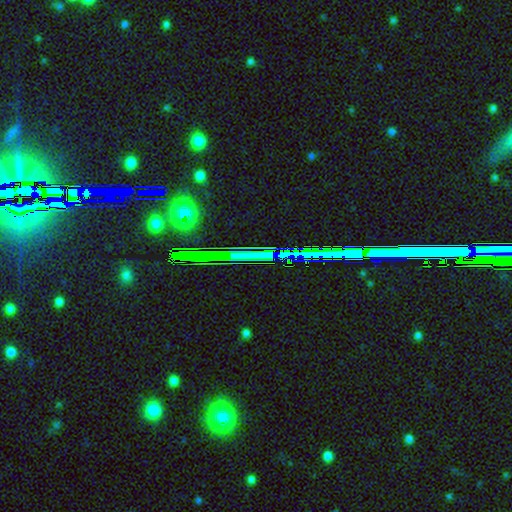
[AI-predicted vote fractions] Smooth or featured? star or artifact (76%)